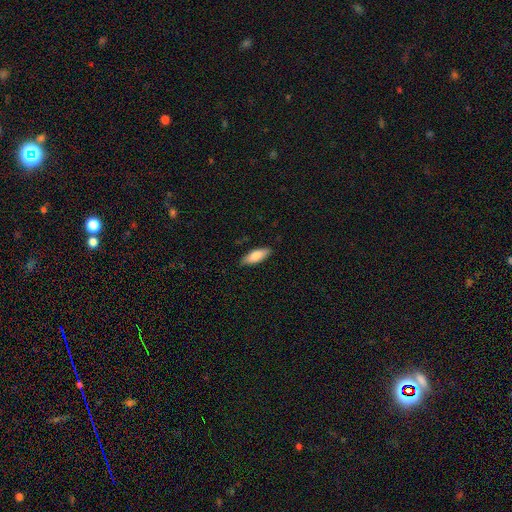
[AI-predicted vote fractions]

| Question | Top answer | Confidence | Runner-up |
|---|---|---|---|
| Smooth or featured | smooth | 80% | featured or disk (14%) |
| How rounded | in between | 68% | cigar-shaped (30%) |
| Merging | none | 87% | minor disturbance (10%) |